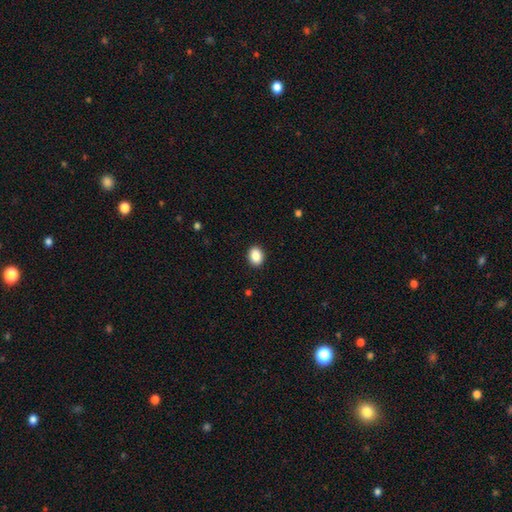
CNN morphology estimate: Smooth or featured?
  - smooth: 88% *
  - star or artifact: 8%
  - featured or disk: 4%
How rounded?
  - in between: 62% *
  - round: 37%
  - cigar-shaped: 1%
Merging?
  - none: 91% *
  - minor disturbance: 6%
  - major disturbance: 2%
  - merger: 1%